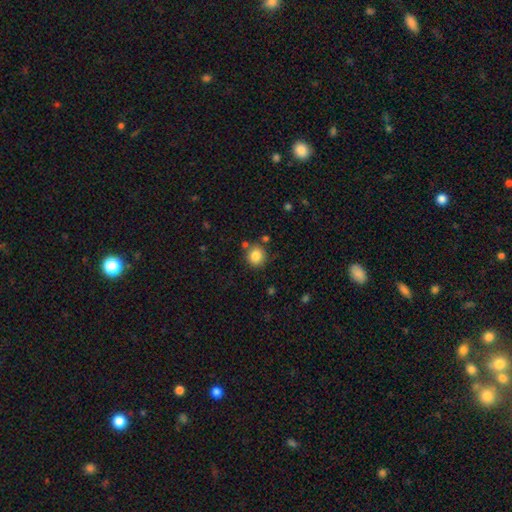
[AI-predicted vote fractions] This appears to be a smooth galaxy with no disk features (84%) that is round (87%). Merging: none (80%).